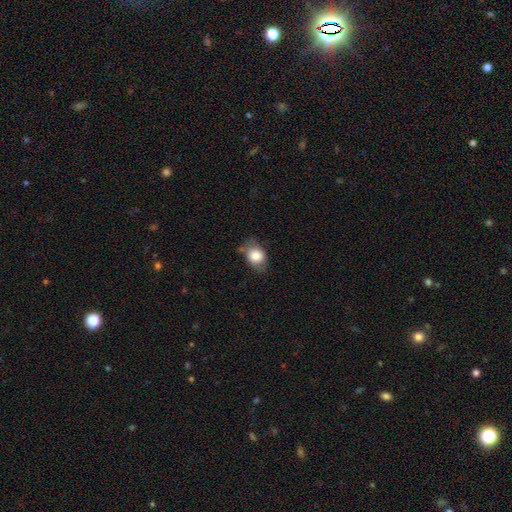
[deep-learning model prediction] The model was most divided on "merging": none: 62%, minor disturbance: 27%, major disturbance: 8%, merger: 4%. More confident: smooth or featured — smooth (77%); how rounded — in between (69%).